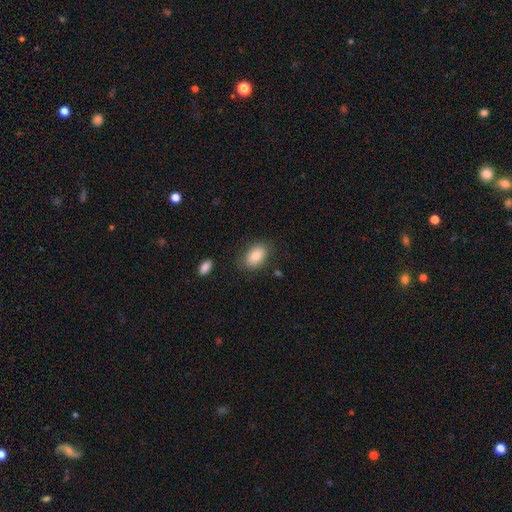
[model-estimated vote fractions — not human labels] This is clearly a smooth galaxy (83%). How rounded: clearly in between (87%). Merging: clearly none (80%).